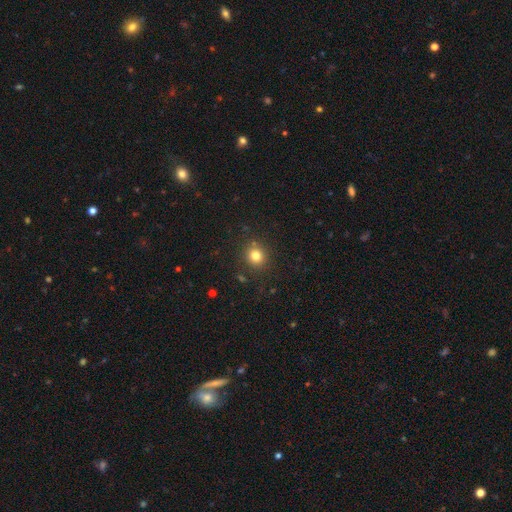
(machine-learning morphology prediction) A smooth galaxy with no disk features (80%) that is round (85%).

Vote fractions:
- Smooth or featured? smooth: 80% / star or artifact: 14% / featured or disk: 6%
- How rounded? round: 85% / in between: 14% / cigar-shaped: 1%
- Merging? none: 86% / minor disturbance: 8% / major disturbance: 3% / merger: 3%